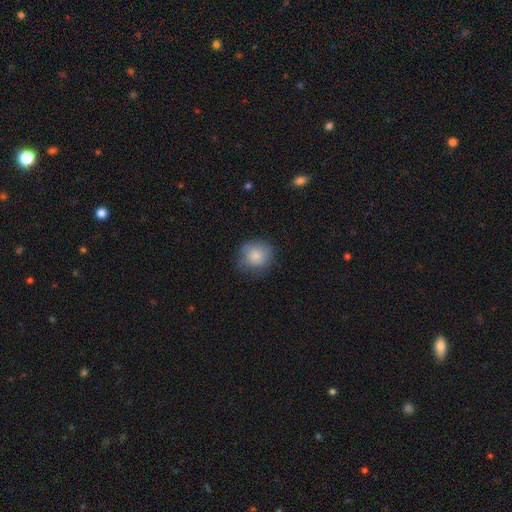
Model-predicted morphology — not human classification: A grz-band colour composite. It shows a smooth galaxy with no disk features (84%) that is round (83%). Merging: none (71%).